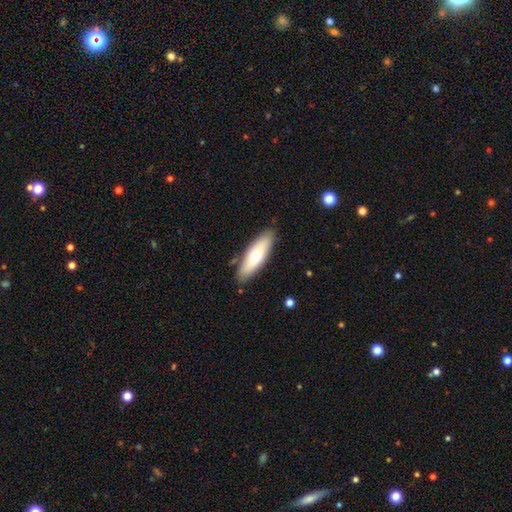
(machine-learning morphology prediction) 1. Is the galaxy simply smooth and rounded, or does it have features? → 68% smooth, 26% featured or disk, 5% star or artifact.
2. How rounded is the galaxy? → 50% in between, 48% cigar-shaped, 1% round.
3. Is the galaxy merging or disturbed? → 86% none, 11% minor disturbance, 2% major disturbance, 2% merger.